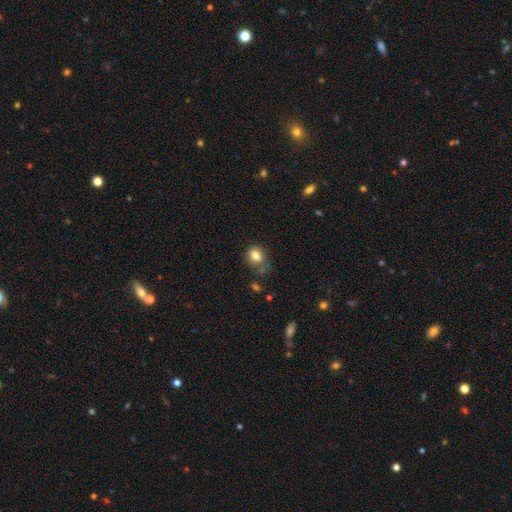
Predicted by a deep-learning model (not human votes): Smooth or featured: smooth — 81% (star or artifact — 10%)
How rounded: in between — 54% (round — 45%)
Merging: none — 51% (minor disturbance — 28%)